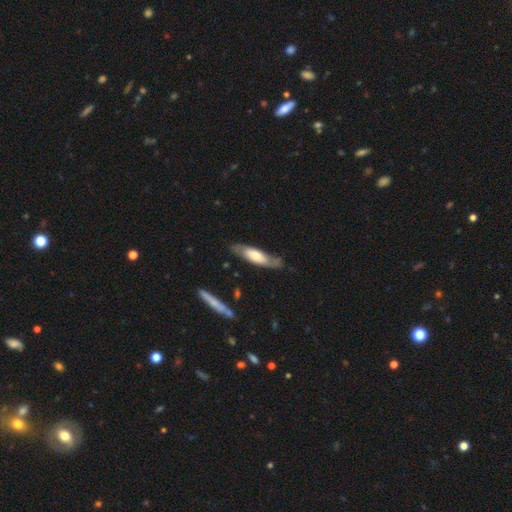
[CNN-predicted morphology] The model was most divided on "smooth or featured": smooth: 48%, featured or disk: 46%, star or artifact: 5%. More confident: merging — none (72%).